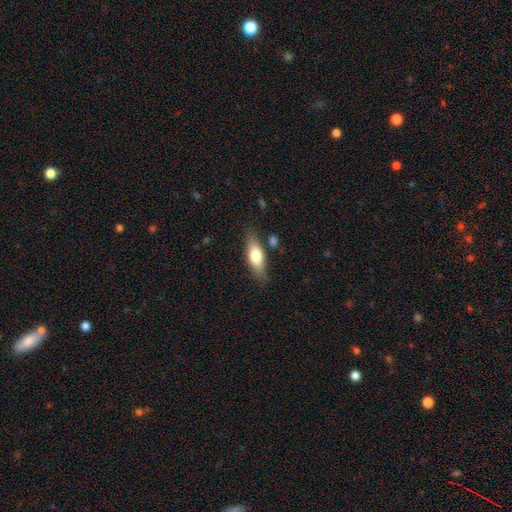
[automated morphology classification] Overall: smooth (69%). How rounded: in between (67%; cigar-shaped 30%). Merging: none (75%).